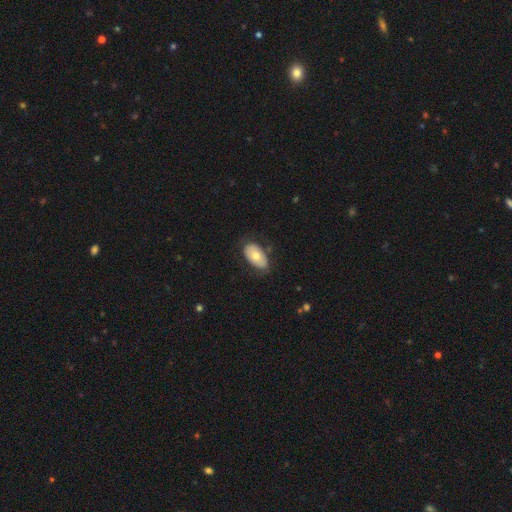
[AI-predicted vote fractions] Overall: smooth (65%; featured or disk 29%). How rounded: in between (93%). Merging: none (75%).